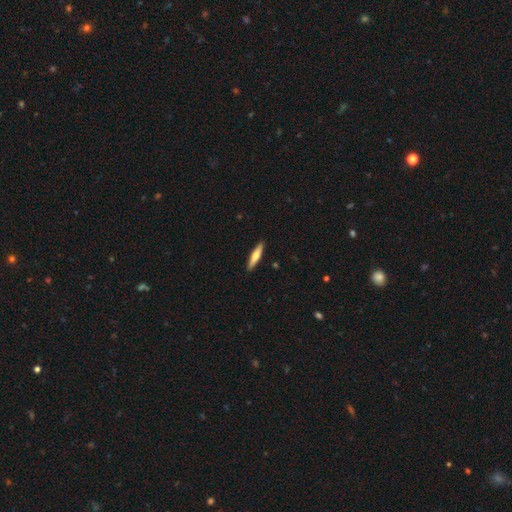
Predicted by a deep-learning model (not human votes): Smooth or featured? smooth (60%)
How rounded? cigar-shaped (85%)
Merging? none (91%)